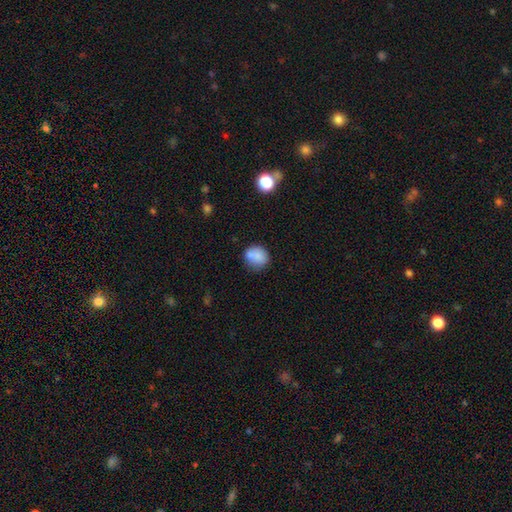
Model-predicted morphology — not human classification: smooth 80%, featured or disk 10%, star or artifact 9%. Down the decision tree: how rounded — round (77%); merging — none (60%).